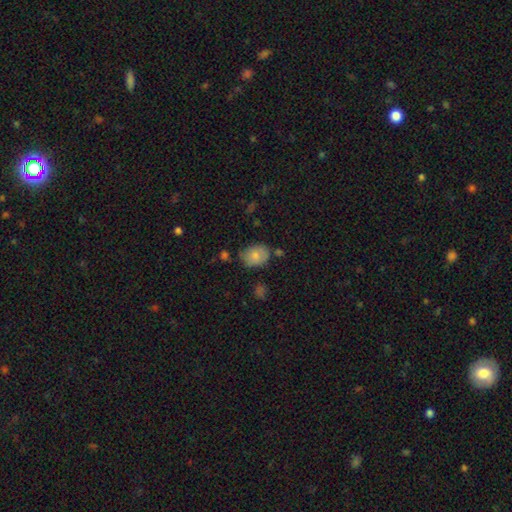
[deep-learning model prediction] The model was most divided on "how rounded": in between: 61%, round: 38%, cigar-shaped: 1%. More confident: smooth or featured — smooth (79%); merging — none (67%).